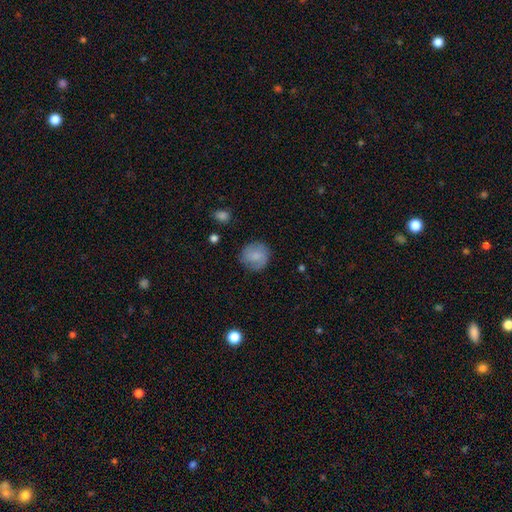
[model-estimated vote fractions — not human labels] Smooth or featured? smooth (72%)
How rounded? round (88%)
Merging? none (80%)